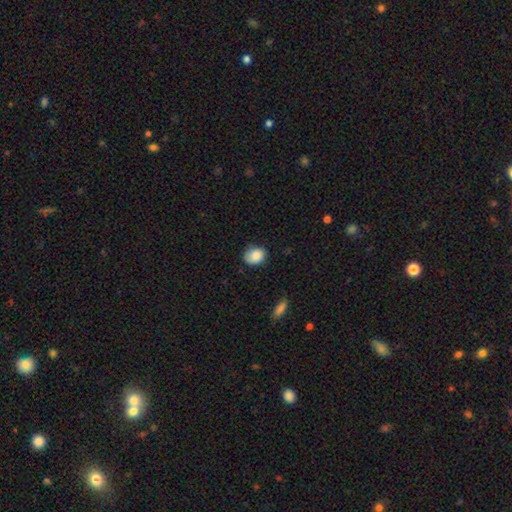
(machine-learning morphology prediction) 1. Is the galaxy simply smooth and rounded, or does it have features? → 86% smooth, 8% star or artifact, 6% featured or disk.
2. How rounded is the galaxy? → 53% in between, 46% round, 1% cigar-shaped.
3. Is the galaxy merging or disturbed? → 70% none, 25% minor disturbance, 4% major disturbance, 1% merger.